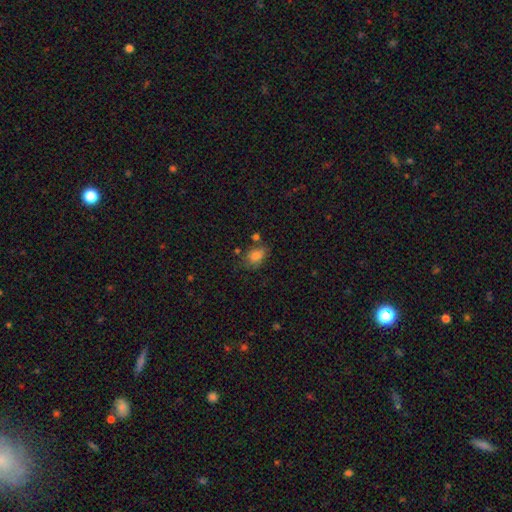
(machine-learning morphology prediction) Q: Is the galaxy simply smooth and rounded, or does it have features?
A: smooth — 79%.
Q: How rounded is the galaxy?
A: in between — 74%.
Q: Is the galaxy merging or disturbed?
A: none — 57%.